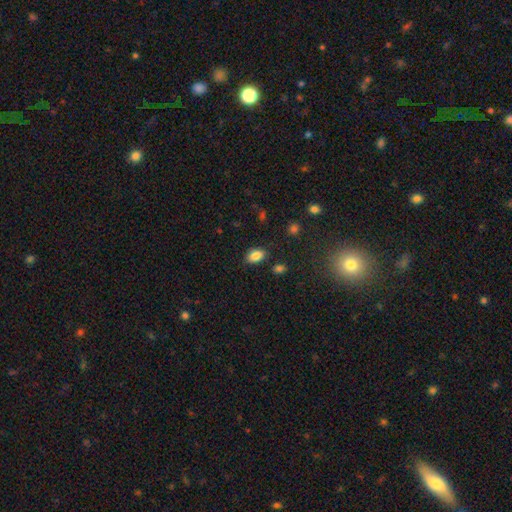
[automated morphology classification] Smooth or featured? Predicted: smooth (p=0.85). How rounded? Predicted: in between (p=0.87). Merging? Predicted: none (p=0.82).